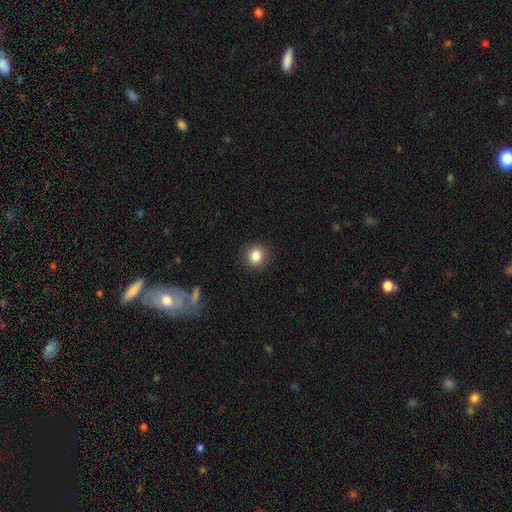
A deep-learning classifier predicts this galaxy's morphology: Smooth or featured: smooth — 85% (star or artifact — 10%)
How rounded: round — 85% (in between — 14%)
Merging: none — 90% (minor disturbance — 7%)